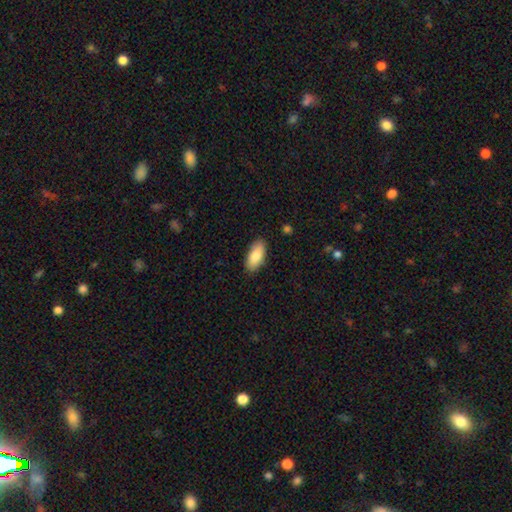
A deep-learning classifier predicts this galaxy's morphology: A smooth galaxy with no disk features (83%) that is in between round and cigar-shaped (89%).

Vote fractions:
- Smooth or featured? smooth: 83% / featured or disk: 11% / star or artifact: 6%
- How rounded? in between: 89% / cigar-shaped: 9% / round: 2%
- Merging? none: 87% / minor disturbance: 10% / major disturbance: 2% / merger: 1%